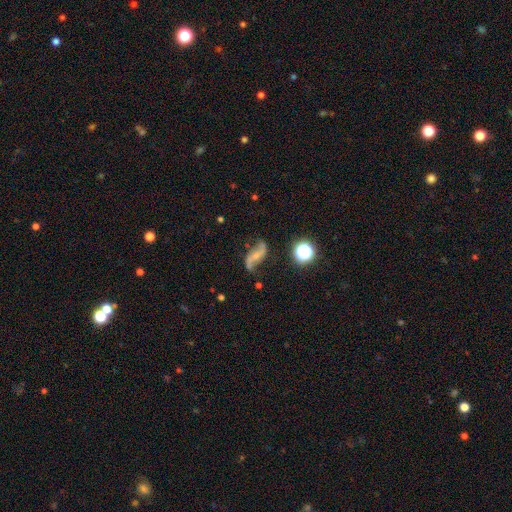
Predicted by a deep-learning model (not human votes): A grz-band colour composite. It shows a featured or disk galaxy (78%) with no bar (45%), 2 (92%) loose (86%) spiral arms (93%) and a small central bulge (56%). Merging: none (65%).